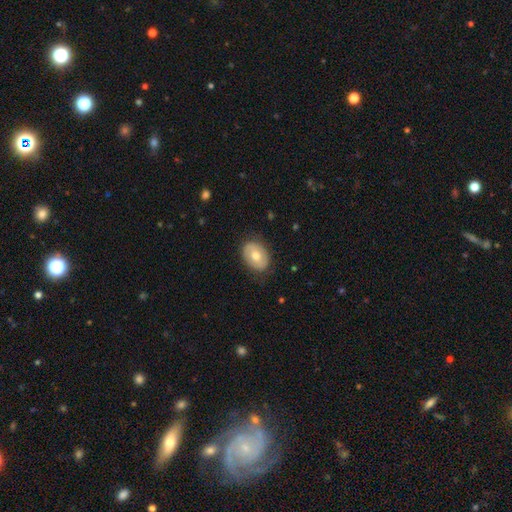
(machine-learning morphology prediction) Smooth or featured? Predicted: smooth (p=0.61). How rounded? Predicted: in between (p=0.76). Merging? Predicted: none (p=0.82).